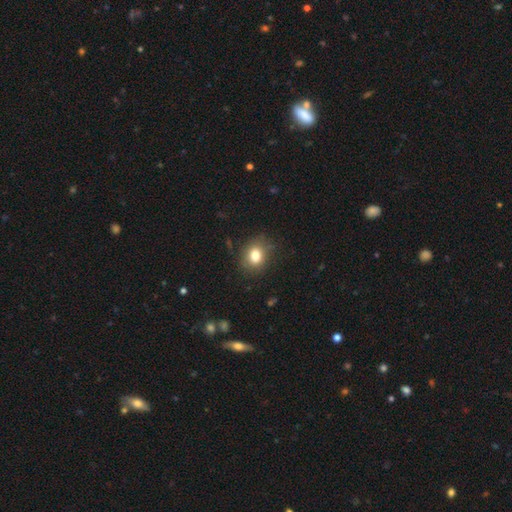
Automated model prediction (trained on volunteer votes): Q: Smooth or featured?
A: smooth (81%); runner-up: star or artifact (11%)
Q: How rounded?
A: round (54%); runner-up: in between (45%)
Q: Merging?
A: none (81%); runner-up: minor disturbance (14%)